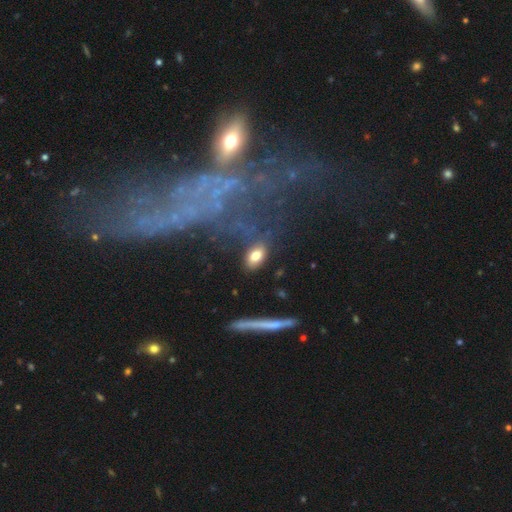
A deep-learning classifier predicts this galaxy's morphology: This appears to be a smooth galaxy with no disk features (79%) that is in between round and cigar-shaped (88%). Merging: none (76%).